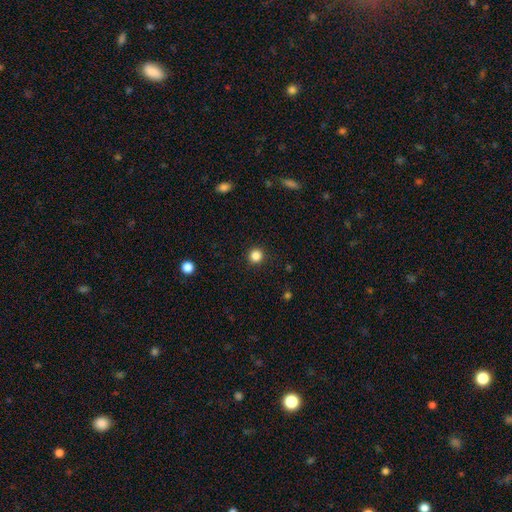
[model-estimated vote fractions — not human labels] smooth_or_featured: smooth (p=0.85) [alt: star or artifact p=0.12]
how_rounded: round (p=0.94) [alt: in between p=0.05]
merging: none (p=0.92) [alt: minor disturbance p=0.05]